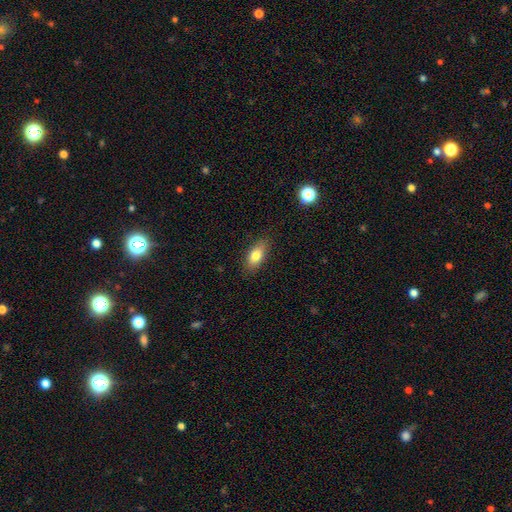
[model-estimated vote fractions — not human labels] Smooth or featured?
  - smooth: 79% *
  - featured or disk: 13%
  - star or artifact: 8%
How rounded?
  - in between: 83% *
  - cigar-shaped: 12%
  - round: 5%
Merging?
  - none: 84% *
  - minor disturbance: 12%
  - major disturbance: 3%
  - merger: 1%